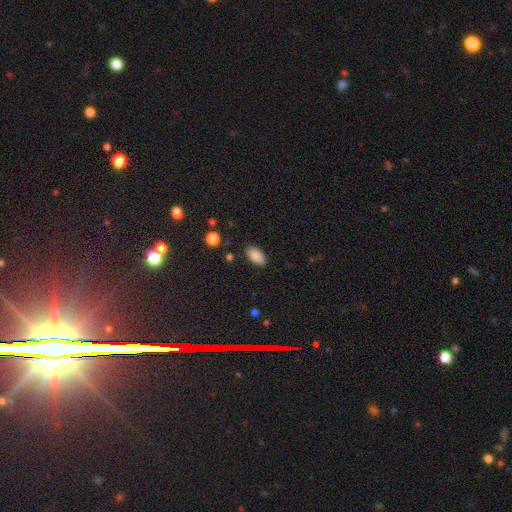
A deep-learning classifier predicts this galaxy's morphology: A smooth galaxy with no disk features (88%) that is in between round and cigar-shaped (92%). Merging: none (85%).